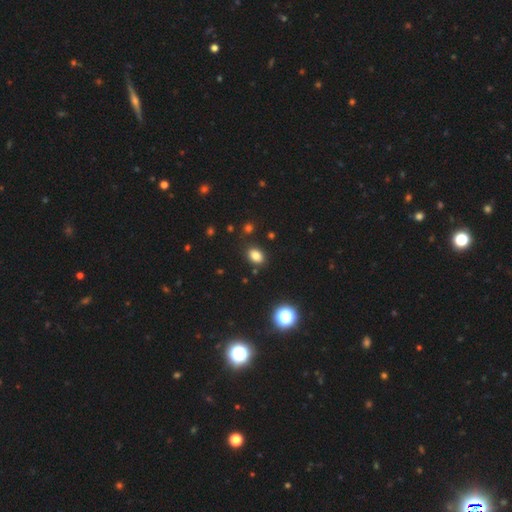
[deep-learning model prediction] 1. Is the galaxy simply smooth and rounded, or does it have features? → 80% smooth, 14% star or artifact, 6% featured or disk.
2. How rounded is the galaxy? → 71% in between, 27% round, 1% cigar-shaped.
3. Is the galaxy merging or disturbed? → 85% none, 10% minor disturbance, 3% major disturbance, 2% merger.